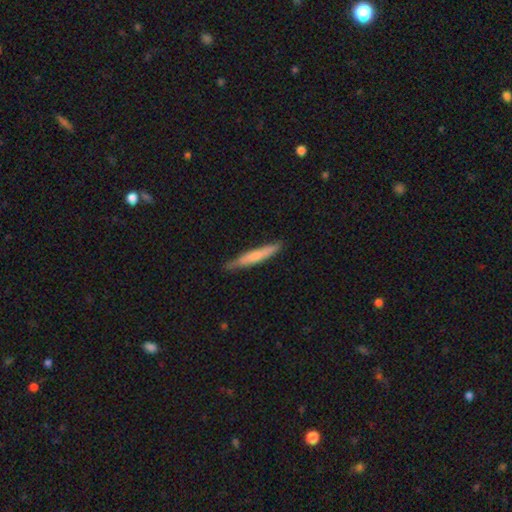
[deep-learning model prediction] smooth 64%, featured or disk 31%, star or artifact 5%. Down the decision tree: how rounded — cigar-shaped (94%); merging — none (82%).